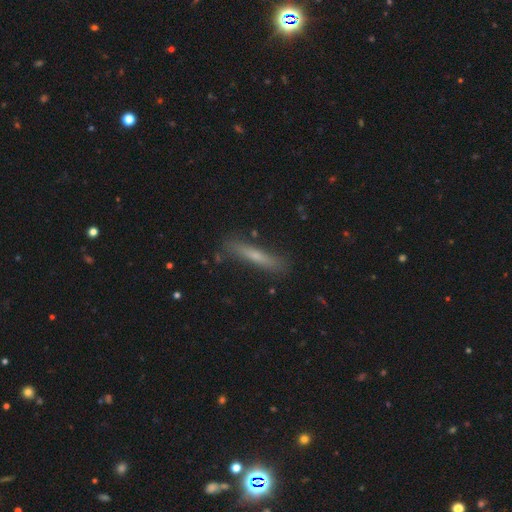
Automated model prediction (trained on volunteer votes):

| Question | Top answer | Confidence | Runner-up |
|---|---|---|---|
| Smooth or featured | smooth | 55% | featured or disk (38%) |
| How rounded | cigar-shaped | 92% | in between (6%) |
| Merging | none | 82% | minor disturbance (13%) |